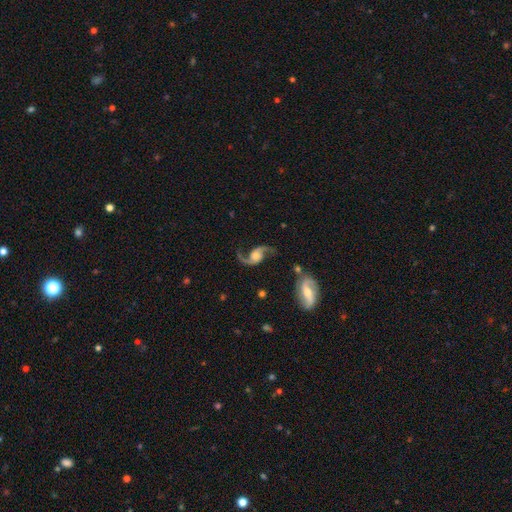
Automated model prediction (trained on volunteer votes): Smooth or featured? featured or disk (90%)
Edge-on disk? no (97%)
Bar? no (58%)
Spiral arms? yes (97%)
Spiral winding? loose (77%)
Spiral arm count? 2 (93%)
Bulge size? moderate (39%)
Merging? none (71%)